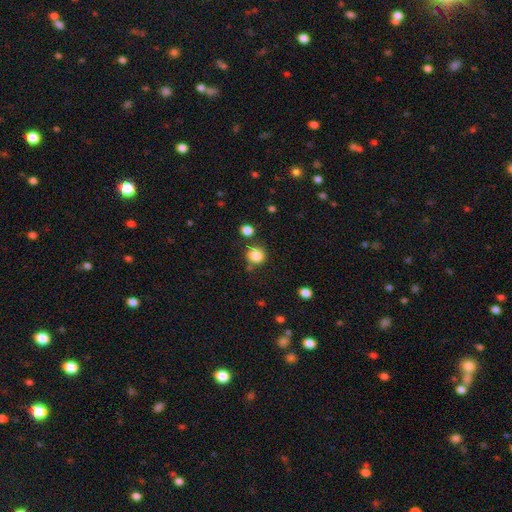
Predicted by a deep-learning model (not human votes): Overall: smooth (84%). How rounded: round (84%). Merging: none (72%).